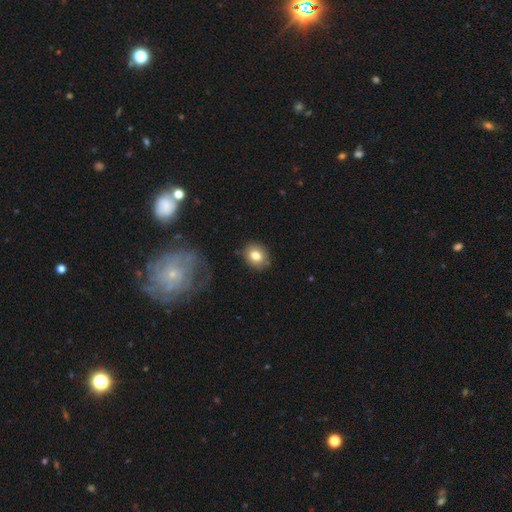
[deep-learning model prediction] This appears to be a smooth galaxy with no disk features (79%) that is round (66%). Merging: none (83%).